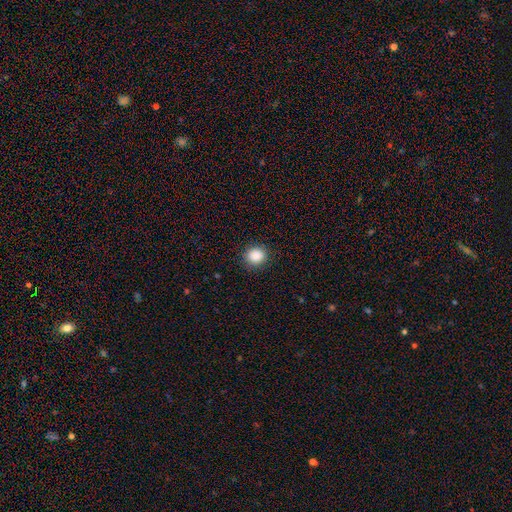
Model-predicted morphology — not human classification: Smooth or featured: smooth — 88% (star or artifact — 9%)
How rounded: round — 86% (in between — 13%)
Merging: none — 89% (minor disturbance — 7%)